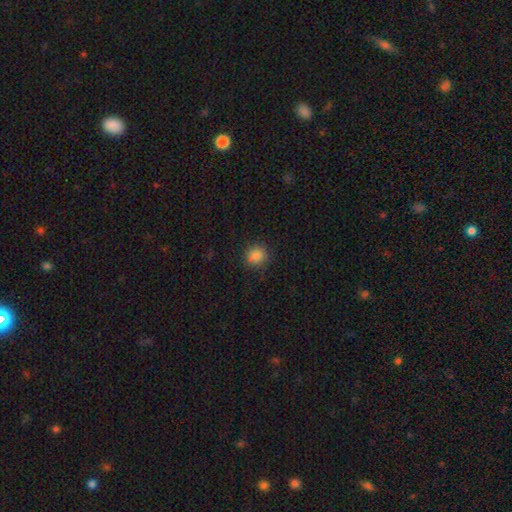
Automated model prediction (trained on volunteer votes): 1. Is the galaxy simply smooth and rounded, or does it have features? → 84% smooth, 11% star or artifact, 4% featured or disk.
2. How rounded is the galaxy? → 76% round, 22% in between, 1% cigar-shaped.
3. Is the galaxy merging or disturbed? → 84% none, 12% minor disturbance, 3% major disturbance, 1% merger.